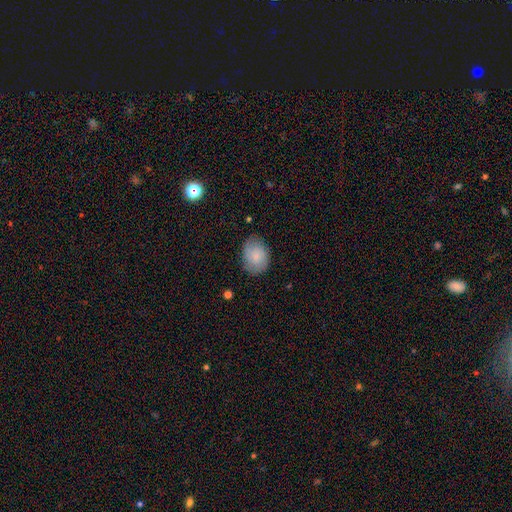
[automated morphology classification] Smooth or featured? Predicted: smooth (p=0.74). How rounded? Predicted: in between (p=0.57). Merging? Predicted: none (p=0.72).